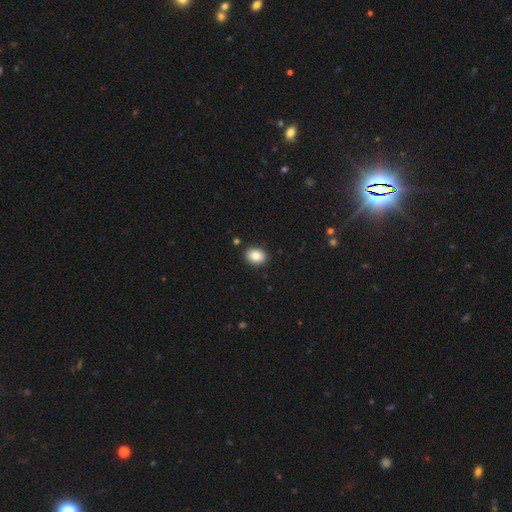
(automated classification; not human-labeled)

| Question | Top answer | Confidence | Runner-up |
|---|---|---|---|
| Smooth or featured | smooth | 86% | star or artifact (8%) |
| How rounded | in between | 66% | round (33%) |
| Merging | none | 89% | minor disturbance (8%) |